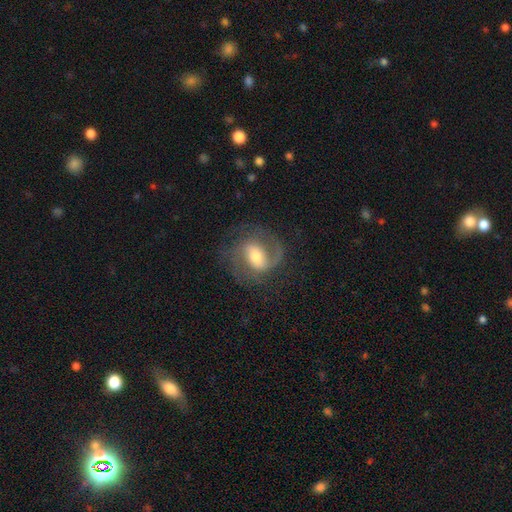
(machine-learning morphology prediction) smooth-or-featured: featured or disk: 81% | smooth: 13% | star or artifact: 6%
  disk-edge-on: no: 97% | yes: 3%
    bar: weak: 49% | strong: 26% | no: 24%
    has-spiral-arms: yes: 94% | no: 6%
      spiral-winding: medium: 52% | loose: 25% | tight: 24%
      spiral-arm-count: 2: 65% | 1: 18% | can't tell: 8% | 3: 6% | 4: 2% | more than 4: 2%
    bulge-size: moderate: 57% | small: 23% | large: 15% | none: 2% | dominant: 2%
  merging: none: 68% | minor disturbance: 16% | major disturbance: 14% | merger: 1%